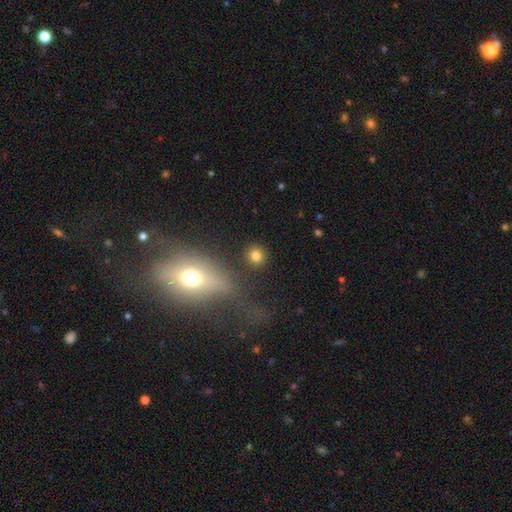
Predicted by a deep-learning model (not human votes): This is clearly a smooth galaxy (80%). How rounded: clearly round (90%). Merging: clearly none (84%).